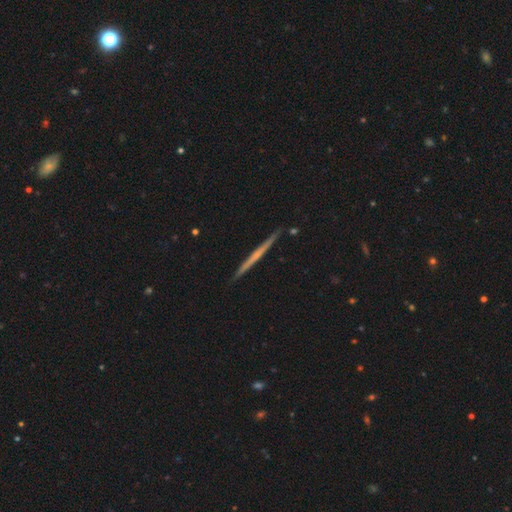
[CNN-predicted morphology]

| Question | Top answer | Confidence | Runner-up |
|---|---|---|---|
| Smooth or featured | featured or disk | 61% | smooth (34%) |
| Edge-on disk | yes | 98% | no (2%) |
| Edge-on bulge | none | 85% | rounded (10%) |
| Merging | none | 92% | minor disturbance (6%) |